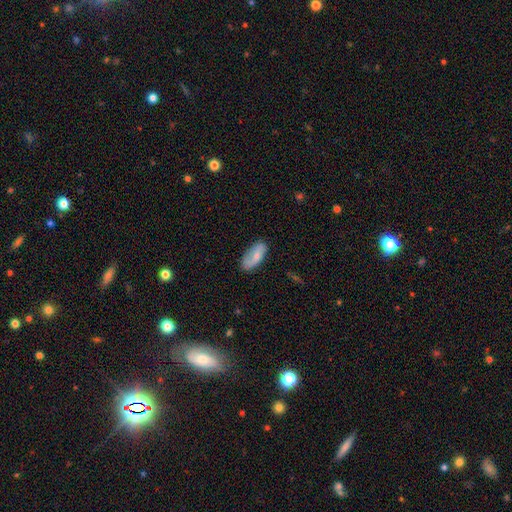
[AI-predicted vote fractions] Overall: smooth (60%; featured or disk 34%). How rounded: in between (88%). Merging: none (74%).